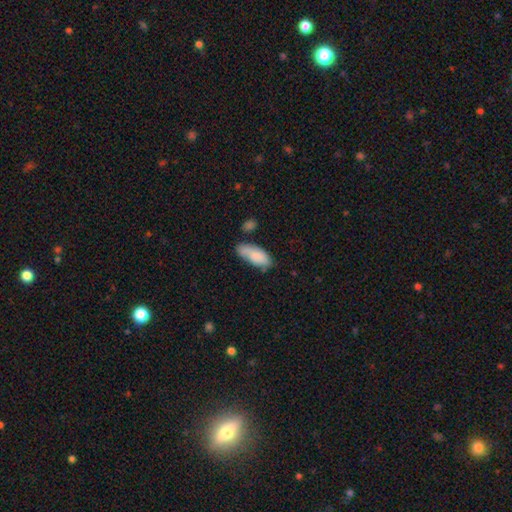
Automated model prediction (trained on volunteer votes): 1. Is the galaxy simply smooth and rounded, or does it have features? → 80% smooth, 14% featured or disk, 7% star or artifact.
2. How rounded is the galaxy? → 83% in between, 15% cigar-shaped, 2% round.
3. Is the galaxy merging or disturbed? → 53% none, 28% minor disturbance, 10% merger, 8% major disturbance.